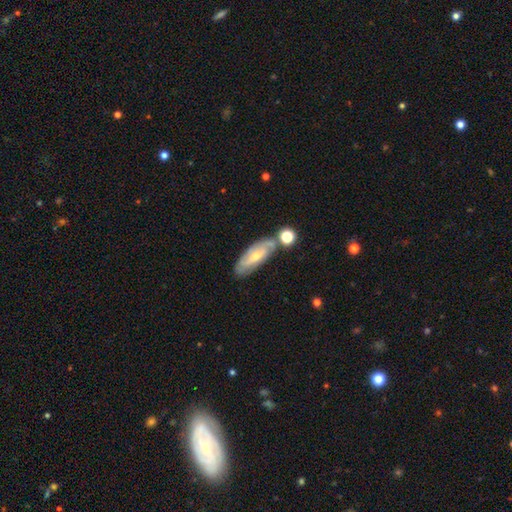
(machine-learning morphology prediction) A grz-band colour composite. It shows a featured or disk galaxy (62%). Merging: none (65%).